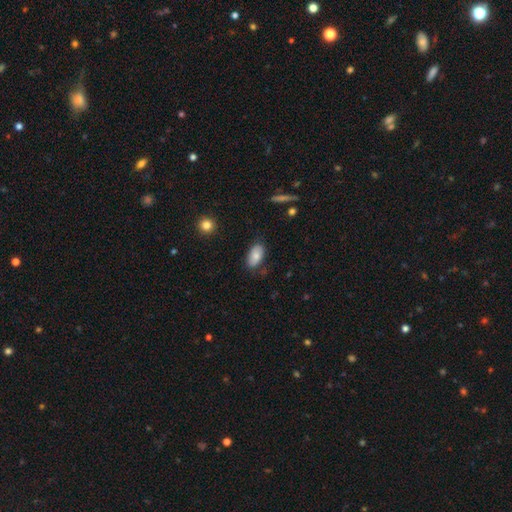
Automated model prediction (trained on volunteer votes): Smooth or featured: smooth — 79% (featured or disk — 14%)
How rounded: in between — 93% (round — 4%)
Merging: none — 77% (minor disturbance — 17%)